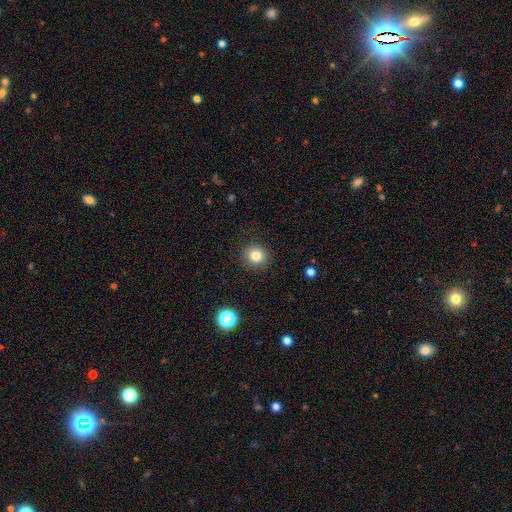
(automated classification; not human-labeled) This is clearly a smooth galaxy (83%). How rounded: clearly round (90%). Merging: clearly none (90%).